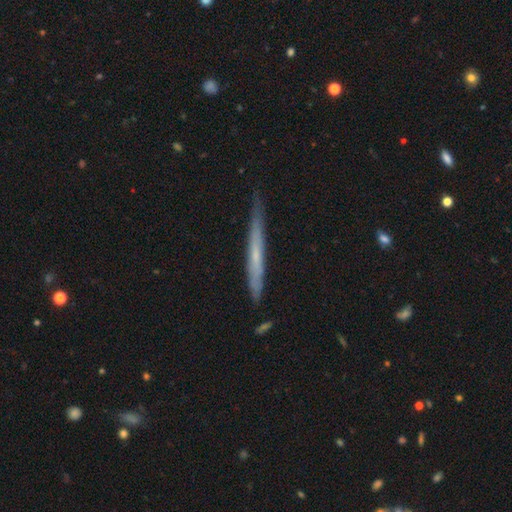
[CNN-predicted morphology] A featured or disk galaxy (54%) viewed edge-on (93%). Merging: none (76%).